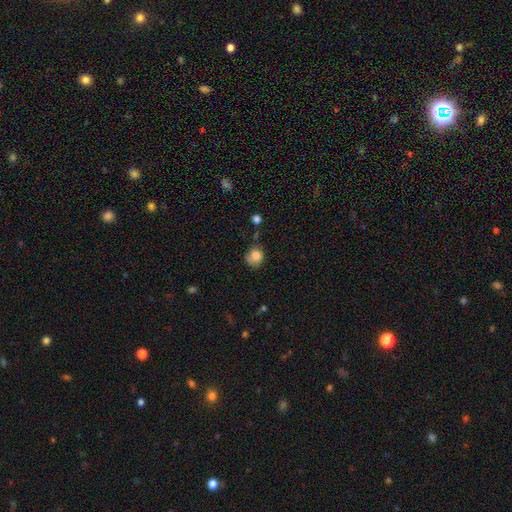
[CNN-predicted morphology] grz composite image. It shows a smooth galaxy with no disk features (76%) that is round (70%). Merging: none (46%).